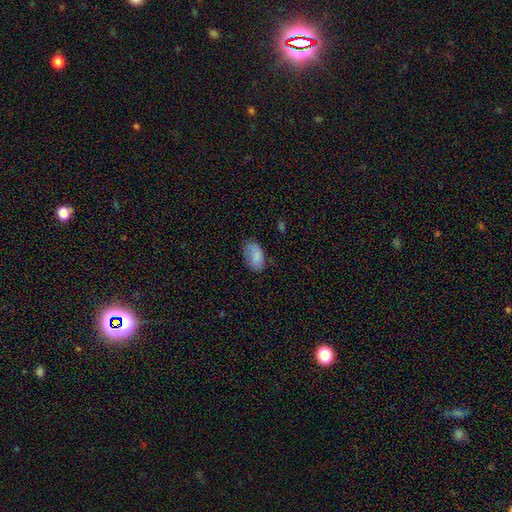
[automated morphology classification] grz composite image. It shows a smooth galaxy with no disk features (82%) that is in between round and cigar-shaped (93%). Merging: none (68%).